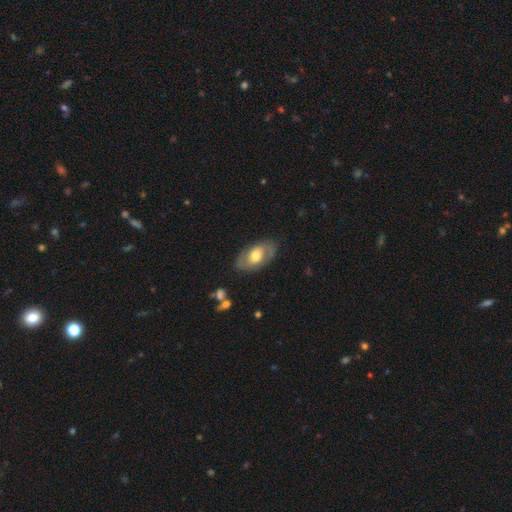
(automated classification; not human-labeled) smooth_or_featured: featured or disk (p=0.58) [alt: smooth p=0.36]
disk_edge_on: no (p=0.92) [alt: yes p=0.08]
bar: no (p=0.57) [alt: weak p=0.32]
has_spiral_arms: yes (p=0.61) [alt: no p=0.39]
bulge_size: moderate (p=0.68) [alt: large p=0.16]
merging: none (p=0.77) [alt: minor disturbance p=0.16]